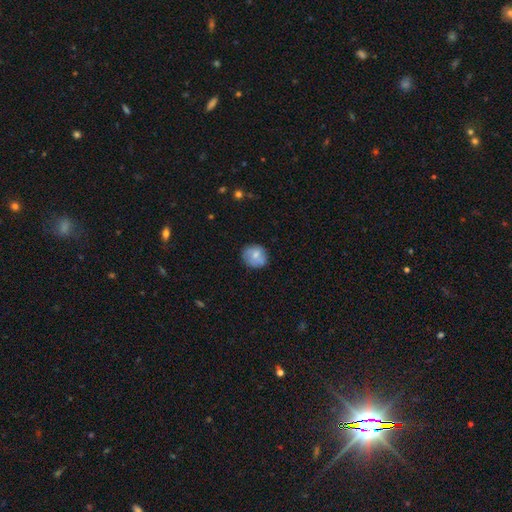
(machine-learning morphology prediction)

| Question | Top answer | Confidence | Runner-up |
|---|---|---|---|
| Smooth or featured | smooth | 70% | featured or disk (22%) |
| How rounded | round | 77% | in between (22%) |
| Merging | none | 74% | minor disturbance (20%) |